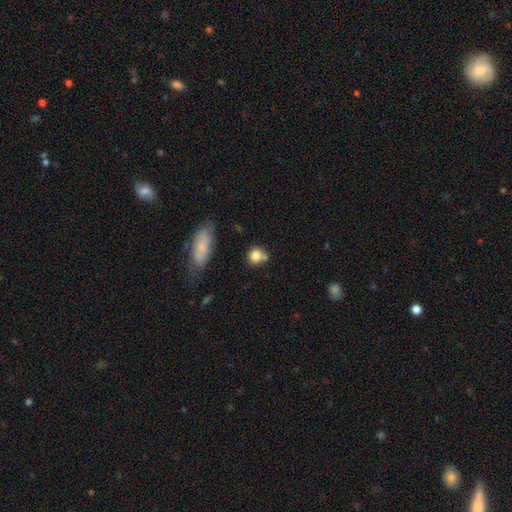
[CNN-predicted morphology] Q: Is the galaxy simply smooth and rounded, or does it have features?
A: smooth — 79%.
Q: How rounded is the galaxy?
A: round — 76%.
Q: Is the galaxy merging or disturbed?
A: none — 50%.